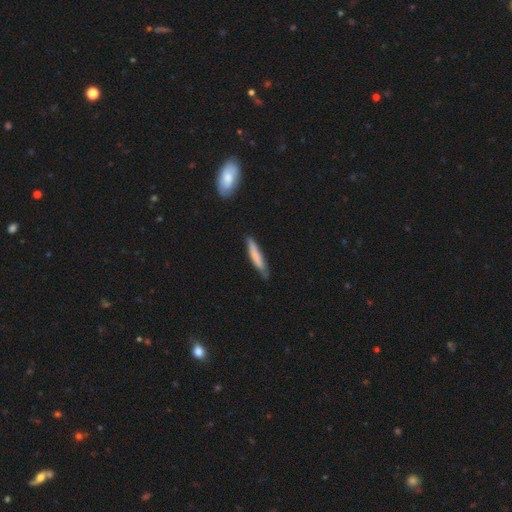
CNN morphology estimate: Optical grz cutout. It shows a smooth galaxy with no disk features (72%) that is cigar-shaped (92%). Merging: none (74%).